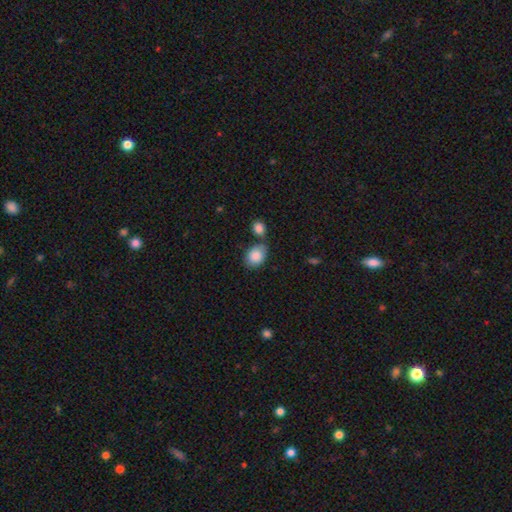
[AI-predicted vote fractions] Smooth or featured: smooth — 88% (star or artifact — 7%)
How rounded: in between — 68% (round — 30%)
Merging: none — 57% (merger — 21%)